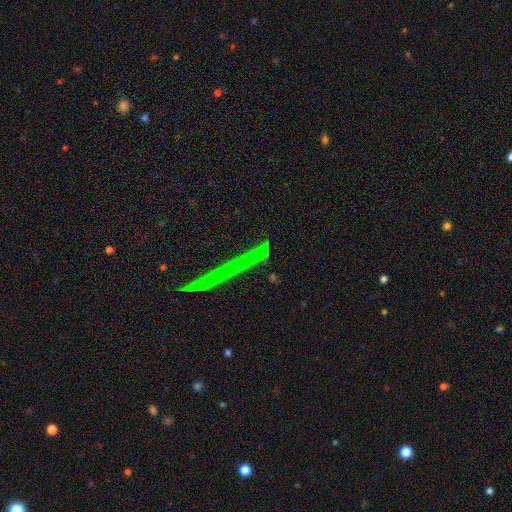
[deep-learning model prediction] A star or artifact, not a galaxy (78%).